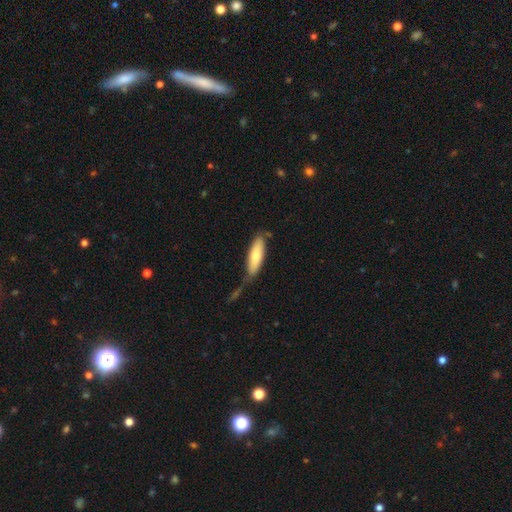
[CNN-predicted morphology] A smooth galaxy with no disk features (73%) that is cigar-shaped (51%). Merging: none (55%).